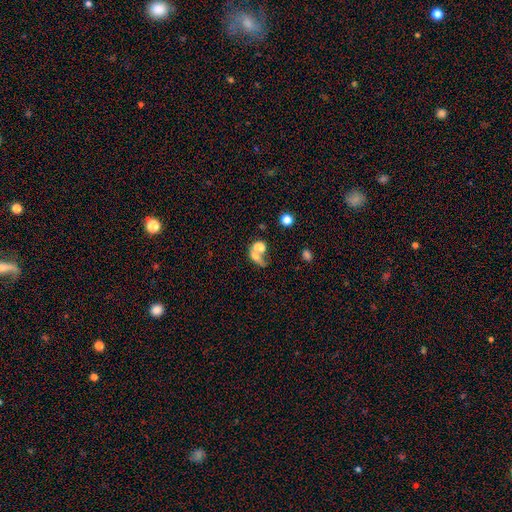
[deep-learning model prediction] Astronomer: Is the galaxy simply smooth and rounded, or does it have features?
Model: smooth — 65%.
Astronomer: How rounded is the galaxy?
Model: in between — 55% (runner-up: round, 40%).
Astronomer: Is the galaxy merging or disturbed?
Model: merger — 63%.